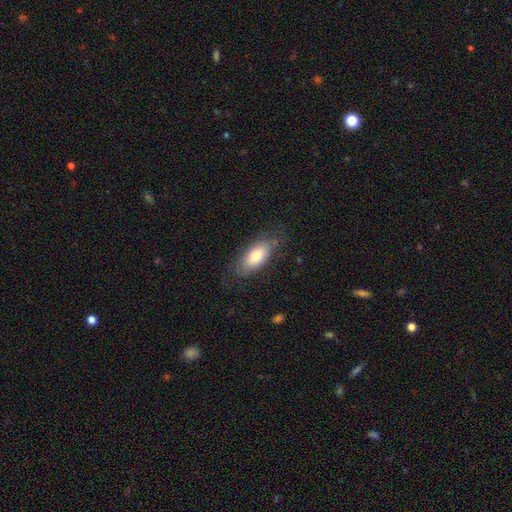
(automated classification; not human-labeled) A smooth galaxy with no disk features (74%) that is in between round and cigar-shaped (87%).

Vote fractions:
- Smooth or featured? smooth: 74% / featured or disk: 19% / star or artifact: 7%
- How rounded? in between: 87% / cigar-shaped: 10% / round: 3%
- Merging? none: 73% / minor disturbance: 19% / major disturbance: 7% / merger: 1%